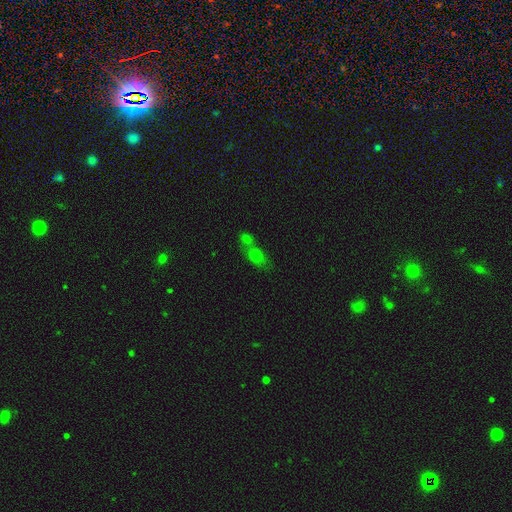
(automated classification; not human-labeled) Q: Smooth or featured?
A: smooth (65%); runner-up: star or artifact (18%)
Q: How rounded?
A: in between (57%); runner-up: round (35%)
Q: Merging?
A: merger (56%); runner-up: none (32%)